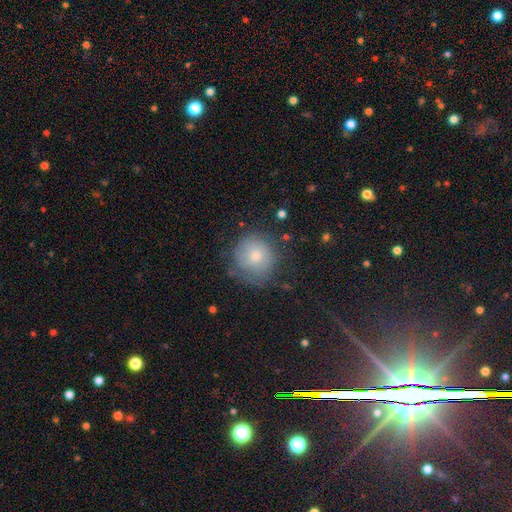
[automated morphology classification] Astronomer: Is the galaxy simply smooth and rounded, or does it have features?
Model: smooth — 70%.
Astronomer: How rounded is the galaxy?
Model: round — 89%.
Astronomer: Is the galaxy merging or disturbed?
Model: none — 63%.